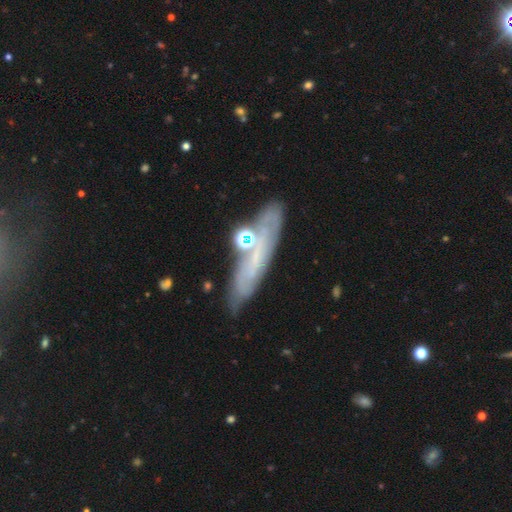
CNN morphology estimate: This appears to be a featured or disk galaxy (61%). Merging: none (69%).